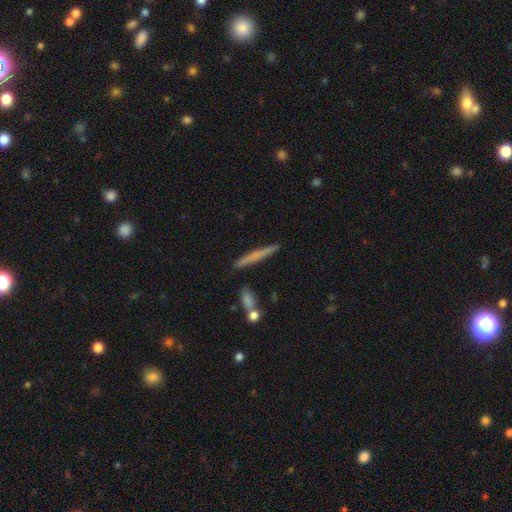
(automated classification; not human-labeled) Smooth or featured? smooth (58%)
How rounded? cigar-shaped (95%)
Merging? none (87%)